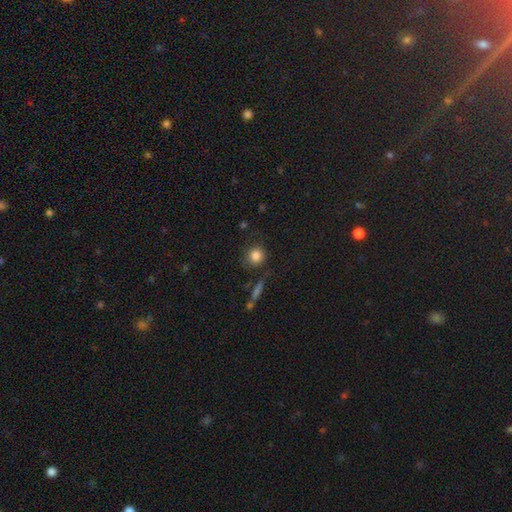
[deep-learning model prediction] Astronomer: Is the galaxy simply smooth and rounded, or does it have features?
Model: smooth — 83%.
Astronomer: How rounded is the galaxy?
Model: round — 89%.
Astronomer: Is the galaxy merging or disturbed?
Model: none — 81%.